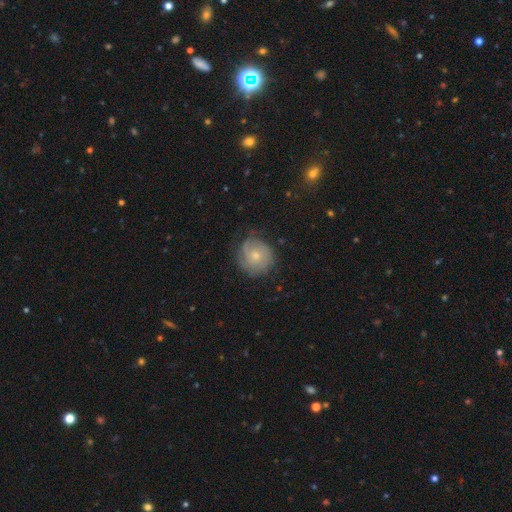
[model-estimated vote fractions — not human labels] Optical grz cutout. It shows a featured or disk galaxy (57%) with no bar (81%), spiral arms (84%) and a small central bulge (59%). Merging: none (67%).